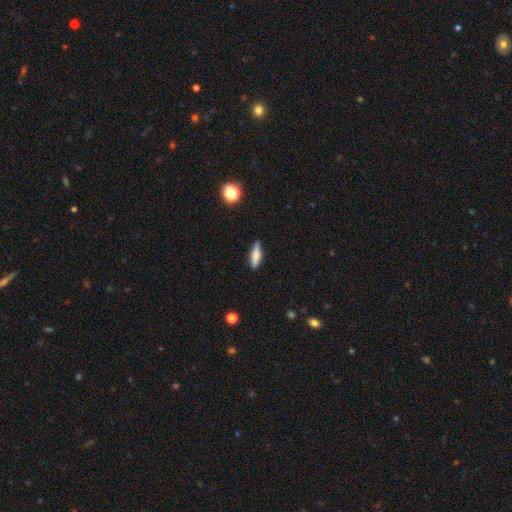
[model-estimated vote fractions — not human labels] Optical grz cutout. It shows a smooth galaxy with no disk features (73%) that is cigar-shaped (67%). Merging: none (83%).